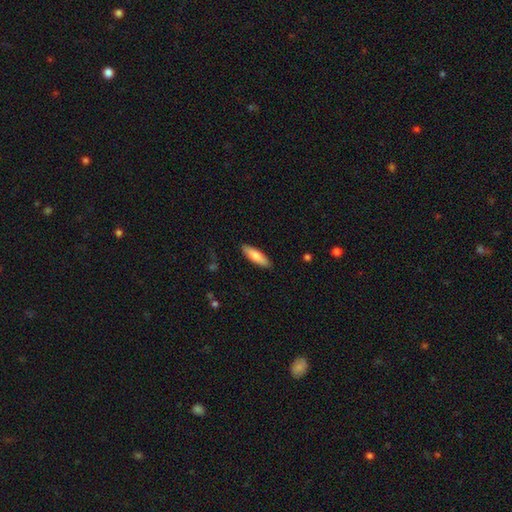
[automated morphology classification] type=smooth (77%); roundness=cigar-shaped (56%); merging=none (89%).